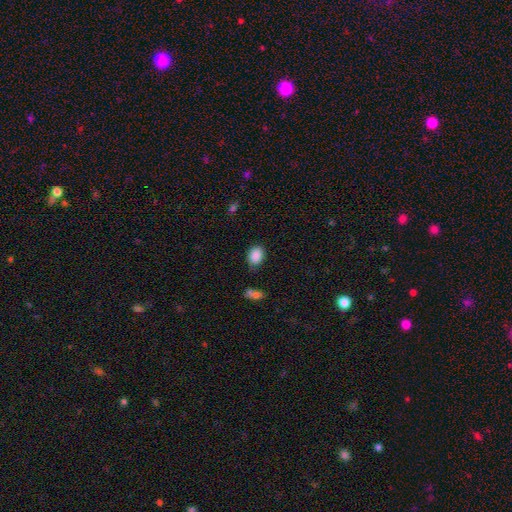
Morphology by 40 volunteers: This is clearly a smooth galaxy (82%). How rounded: clearly in between (82%). Merging: likely none (77%).